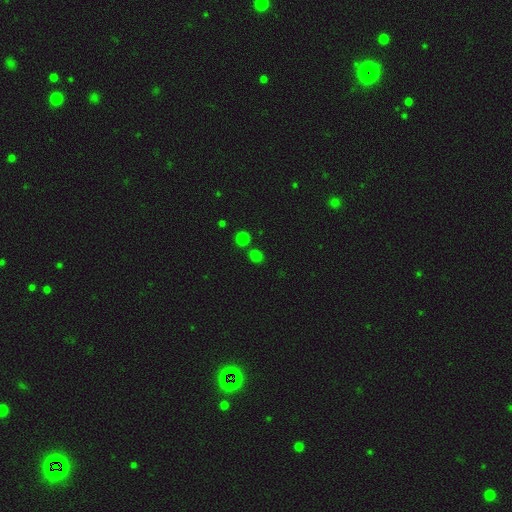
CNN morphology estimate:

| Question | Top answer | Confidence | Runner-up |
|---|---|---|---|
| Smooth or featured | smooth | 72% | star or artifact (23%) |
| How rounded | round | 72% | in between (26%) |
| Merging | none | 77% | merger (11%) |